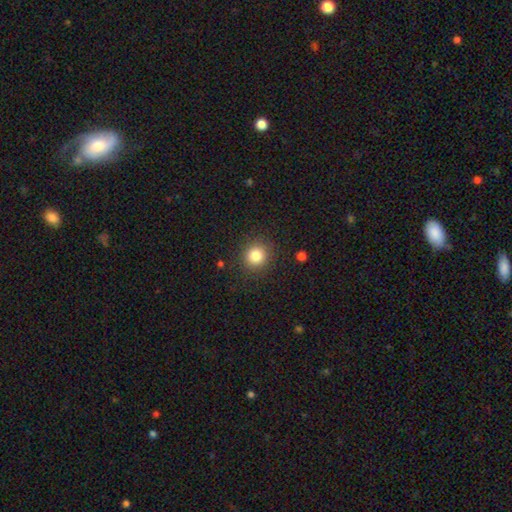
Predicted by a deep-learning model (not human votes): A smooth galaxy with no disk features (83%) that is round (91%).

Vote fractions:
- Smooth or featured? smooth: 83% / star or artifact: 11% / featured or disk: 6%
- How rounded? round: 91% / in between: 8% / cigar-shaped: 1%
- Merging? none: 88% / minor disturbance: 8% / major disturbance: 3% / merger: 1%